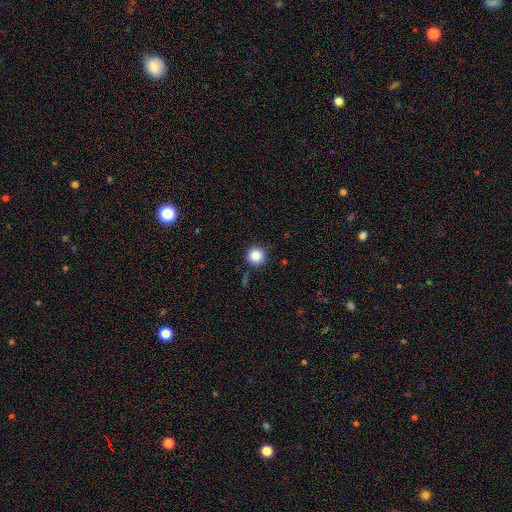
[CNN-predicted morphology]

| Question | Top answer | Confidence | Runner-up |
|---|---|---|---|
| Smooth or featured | smooth | 86% | star or artifact (10%) |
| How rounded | round | 96% | in between (4%) |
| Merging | none | 87% | minor disturbance (8%) |